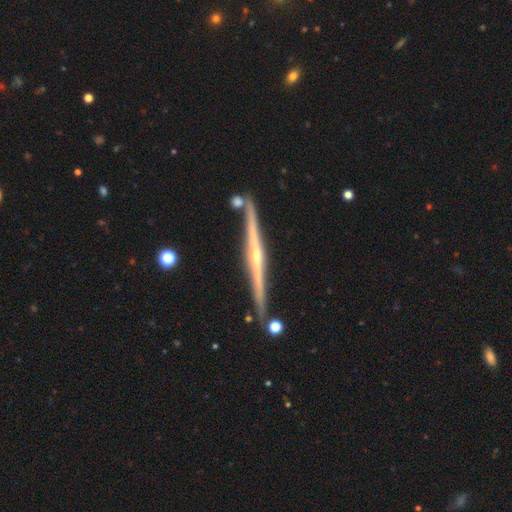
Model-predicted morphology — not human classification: This appears to be a featured or disk galaxy (85%) viewed edge-on (98%) with a rounded central bulge (73%). Merging: none (86%).